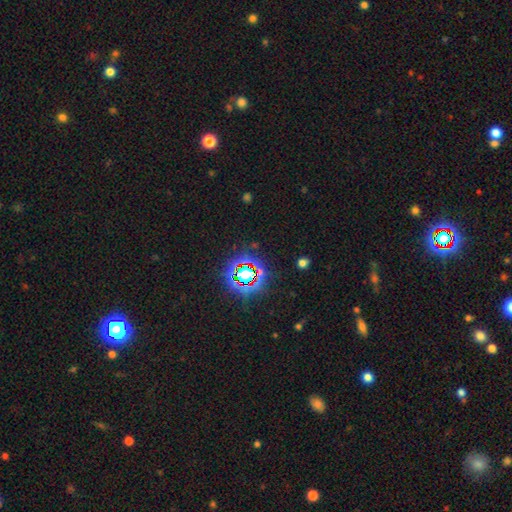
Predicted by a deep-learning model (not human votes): Morphology: type=star or artifact (72%).